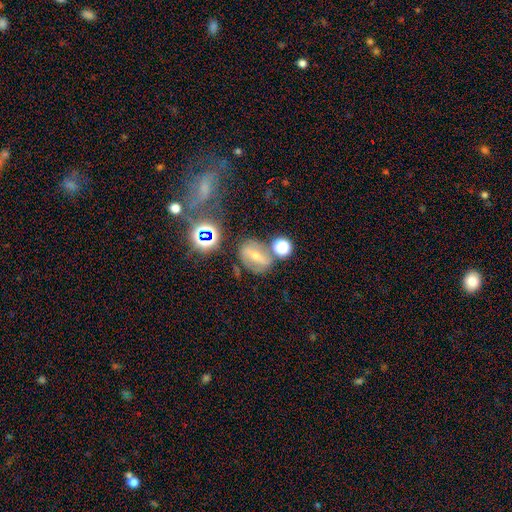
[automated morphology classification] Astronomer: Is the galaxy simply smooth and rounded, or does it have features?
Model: featured or disk — 53%.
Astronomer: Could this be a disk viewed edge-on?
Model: no — 89%.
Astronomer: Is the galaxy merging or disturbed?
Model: none — 64%.